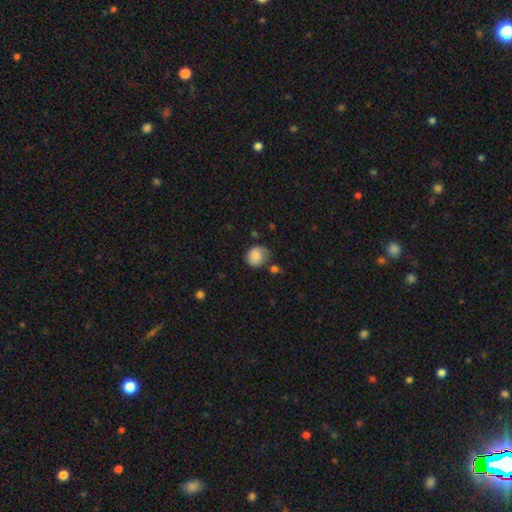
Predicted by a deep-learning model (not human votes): A smooth galaxy with no disk features (78%) that is round (77%). Merging: none (60%).